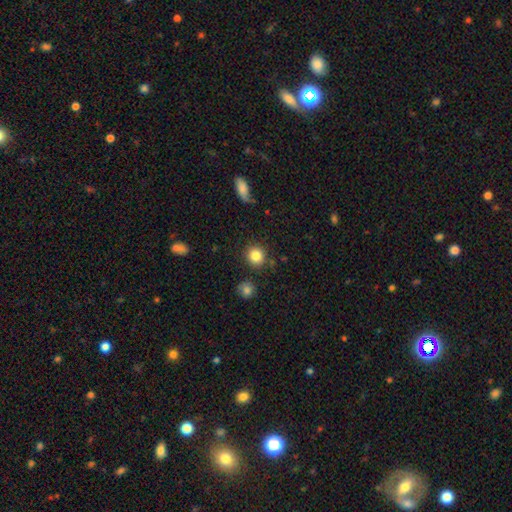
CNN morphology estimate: A smooth galaxy with no disk features (85%) that is round (90%).

Vote fractions:
- Smooth or featured? smooth: 85% / star or artifact: 10% / featured or disk: 5%
- How rounded? round: 90% / in between: 9% / cigar-shaped: 1%
- Merging? none: 87% / minor disturbance: 7% / merger: 3% / major disturbance: 3%